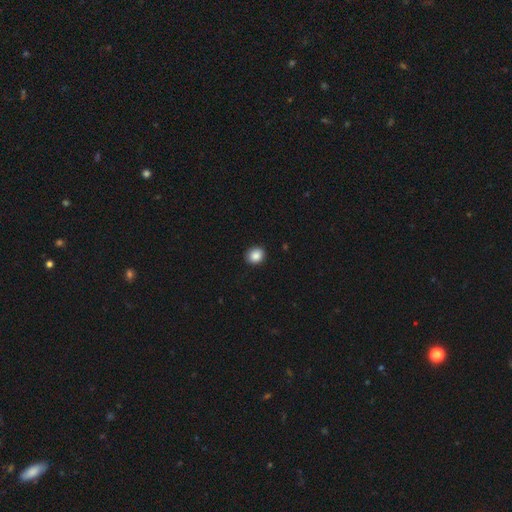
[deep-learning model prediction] Q: Smooth or featured?
A: smooth (88%); runner-up: star or artifact (9%)
Q: How rounded?
A: round (78%); runner-up: in between (21%)
Q: Merging?
A: none (91%); runner-up: minor disturbance (7%)